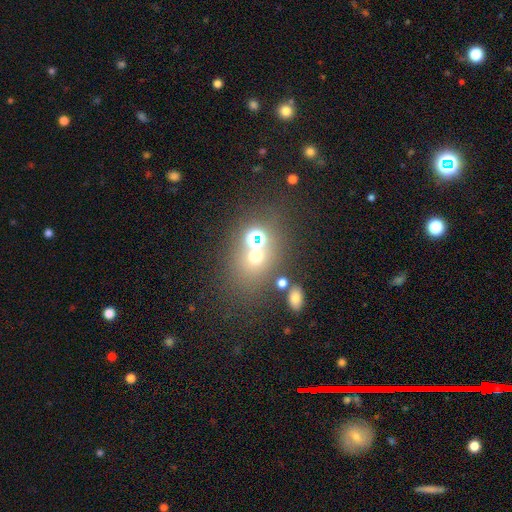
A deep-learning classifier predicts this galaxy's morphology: Q: Smooth or featured?
A: smooth (54%); runner-up: star or artifact (33%)
Q: How rounded?
A: round (66%); runner-up: in between (33%)
Q: Merging?
A: none (60%); runner-up: merger (24%)